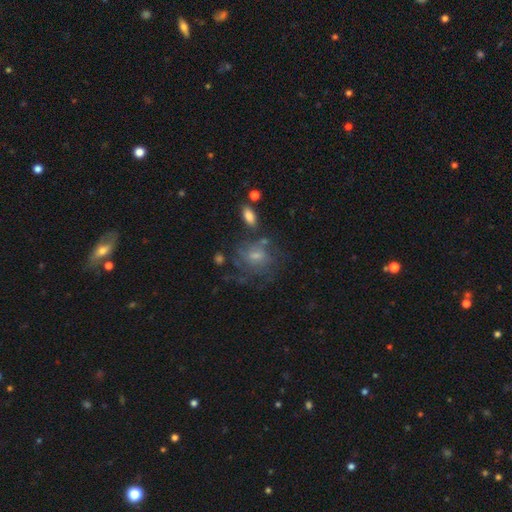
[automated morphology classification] Smooth or featured?
  - featured or disk: 57% *
  - smooth: 27%
  - star or artifact: 16%
Edge-on disk?
  - no: 96% *
  - yes: 4%
Bar?
  - no: 61% *
  - weak: 34%
  - strong: 5%
Spiral arms?
  - yes: 72% *
  - no: 28%
Bulge size?
  - small: 50% *
  - moderate: 35%
  - none: 9%
  - large: 4%
  - dominant: 1%
Merging?
  - none: 55% *
  - minor disturbance: 19%
  - major disturbance: 17%
  - merger: 8%